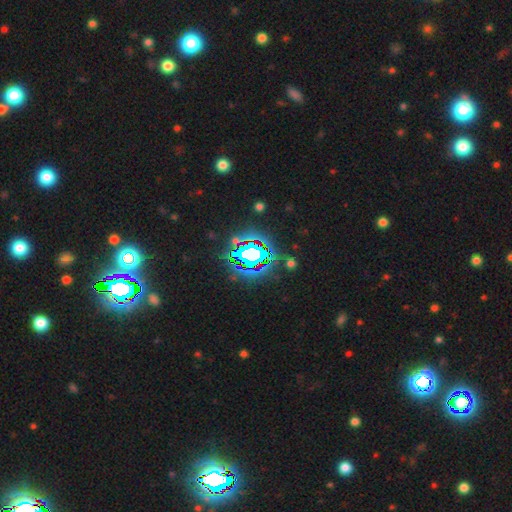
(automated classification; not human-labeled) Overall: star or artifact (71%).